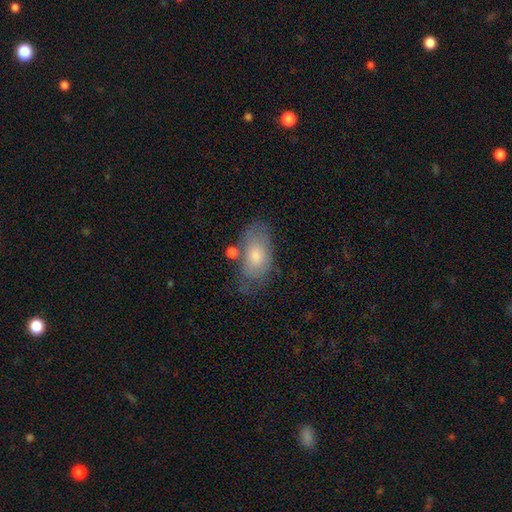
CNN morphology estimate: Smooth or featured: smooth — 65% (featured or disk — 28%)
How rounded: in between — 91% (round — 6%)
Merging: none — 54% (minor disturbance — 27%)